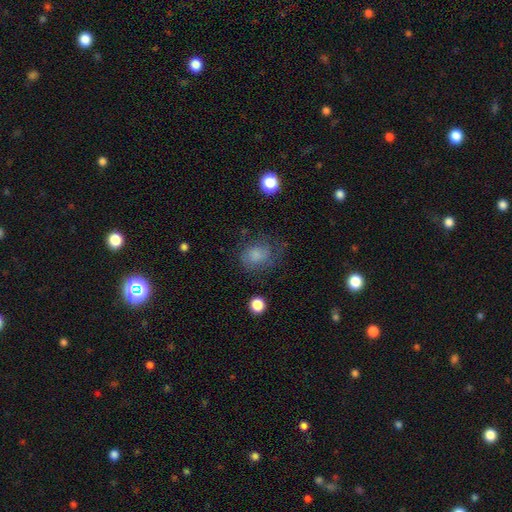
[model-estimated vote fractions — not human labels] Smooth or featured?
  - smooth: 56% *
  - featured or disk: 27%
  - star or artifact: 17%
How rounded?
  - round: 55% *
  - in between: 43%
  - cigar-shaped: 1%
Merging?
  - none: 62% *
  - minor disturbance: 22%
  - major disturbance: 15%
  - merger: 2%